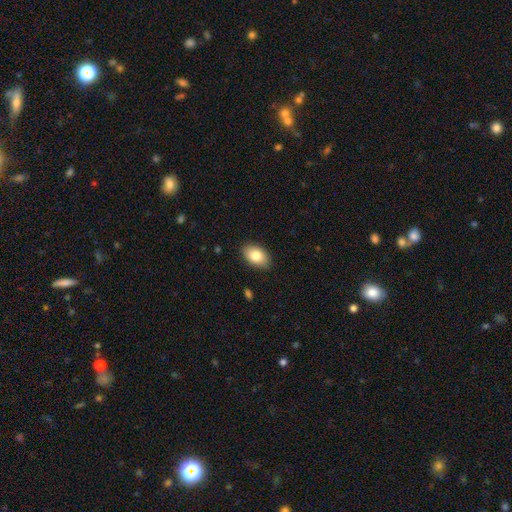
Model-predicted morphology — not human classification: smooth 82%, featured or disk 11%, star or artifact 7%. Down the decision tree: how rounded — in between (90%); merging — none (87%).